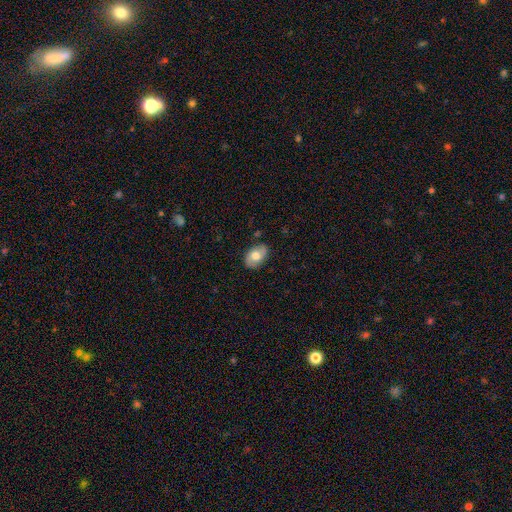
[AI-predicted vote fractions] A smooth galaxy with no disk features (65%) that is in between round and cigar-shaped (87%).

Vote fractions:
- Smooth or featured? smooth: 65% / featured or disk: 28% / star or artifact: 7%
- How rounded? in between: 87% / round: 12% / cigar-shaped: 1%
- Merging? none: 82% / minor disturbance: 14% / major disturbance: 3% / merger: 1%